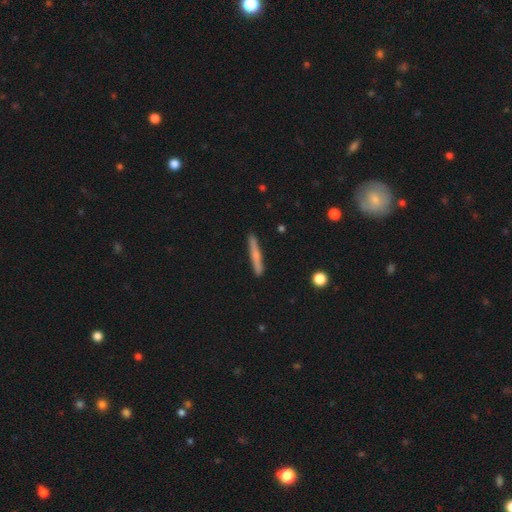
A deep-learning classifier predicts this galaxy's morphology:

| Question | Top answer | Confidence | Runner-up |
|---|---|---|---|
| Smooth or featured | smooth | 59% | featured or disk (35%) |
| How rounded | cigar-shaped | 95% | in between (3%) |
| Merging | none | 89% | minor disturbance (8%) |